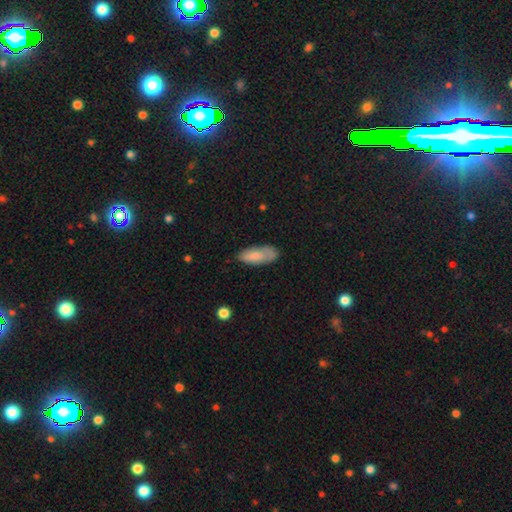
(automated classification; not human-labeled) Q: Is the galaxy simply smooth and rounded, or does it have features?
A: smooth — 77%.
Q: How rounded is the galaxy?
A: in between — 80%.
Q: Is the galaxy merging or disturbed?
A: none — 65%.